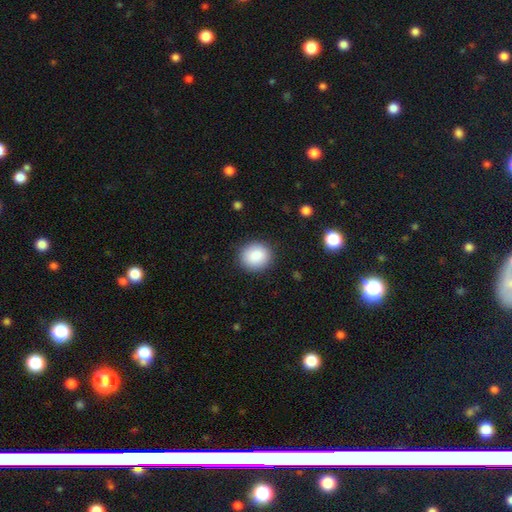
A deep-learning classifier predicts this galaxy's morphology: Overall: smooth (88%). How rounded: round (77%). Merging: none (88%).